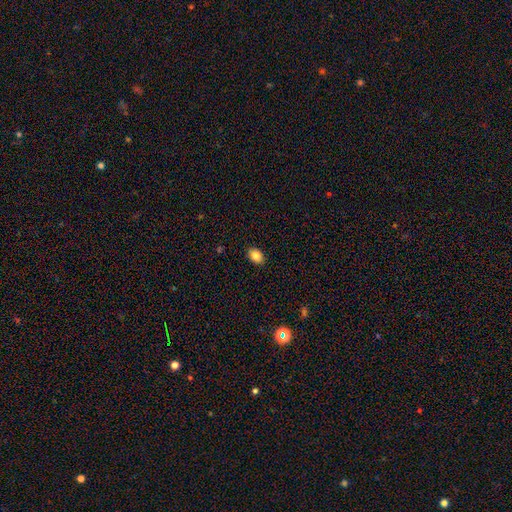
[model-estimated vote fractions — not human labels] This is clearly a smooth galaxy (84%). How rounded: clearly in between (82%). Merging: clearly none (89%).